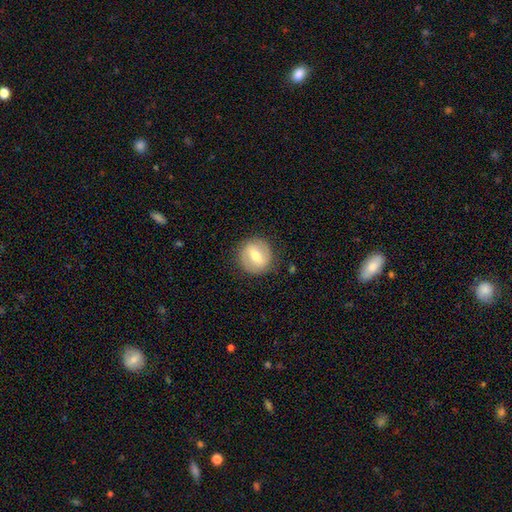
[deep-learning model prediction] The model was most divided on "smooth or featured": smooth: 50%, featured or disk: 43%, star or artifact: 7%. More confident: merging — none (84%).